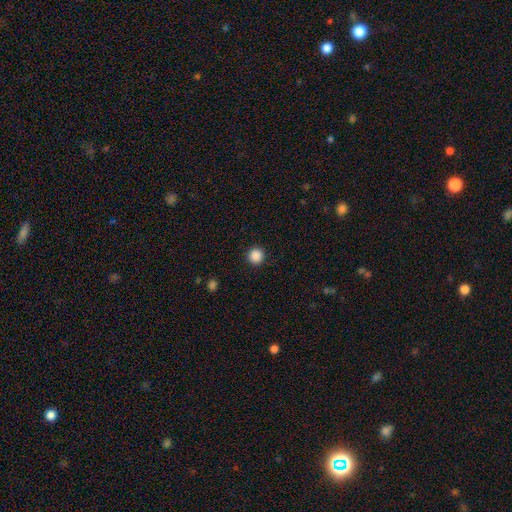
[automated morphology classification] Smooth or featured? smooth (88%)
How rounded? round (95%)
Merging? none (92%)